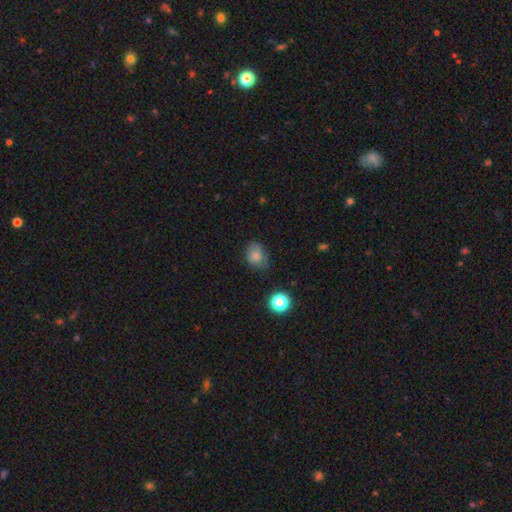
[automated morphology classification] smooth-or-featured: smooth: 77% | star or artifact: 12% | featured or disk: 11%
  how-rounded: in between: 60% | round: 39% | cigar-shaped: 1%
  merging: none: 58% | minor disturbance: 30% | major disturbance: 10% | merger: 2%